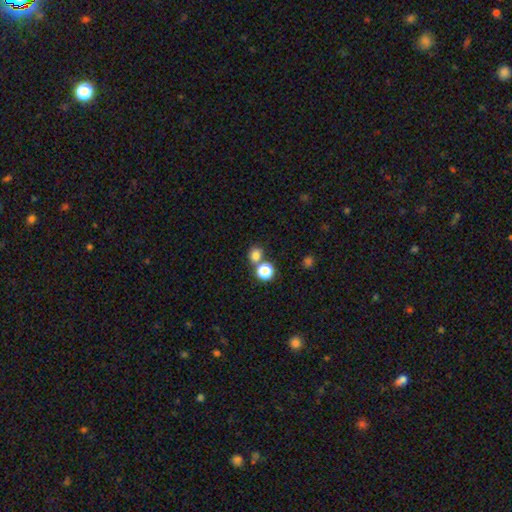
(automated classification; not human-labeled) Smooth or featured: smooth — 77% (star or artifact — 17%)
How rounded: round — 82% (in between — 17%)
Merging: none — 64% (merger — 26%)